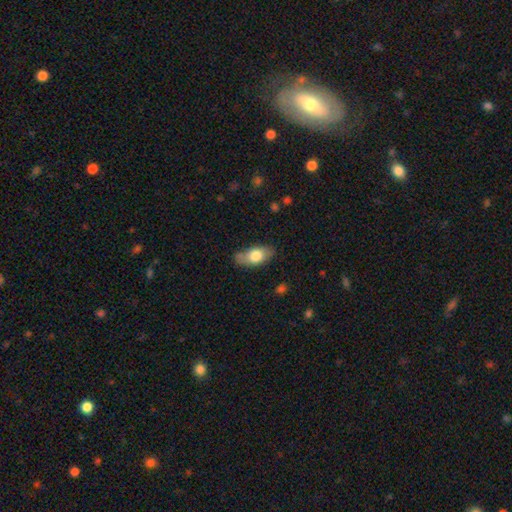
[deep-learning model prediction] A smooth galaxy with no disk features (73%) that is in between round and cigar-shaped (88%).

Vote fractions:
- Smooth or featured? smooth: 73% / featured or disk: 21% / star or artifact: 6%
- How rounded? in between: 88% / cigar-shaped: 7% / round: 5%
- Merging? none: 73% / minor disturbance: 20% / major disturbance: 4% / merger: 2%